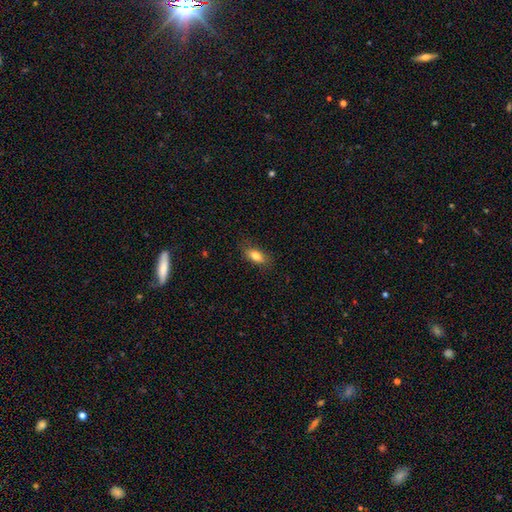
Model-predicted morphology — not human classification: smooth-or-featured: smooth: 80% | featured or disk: 12% | star or artifact: 8%
  how-rounded: in between: 81% | cigar-shaped: 14% | round: 5%
  merging: none: 82% | minor disturbance: 14% | major disturbance: 3% | merger: 1%